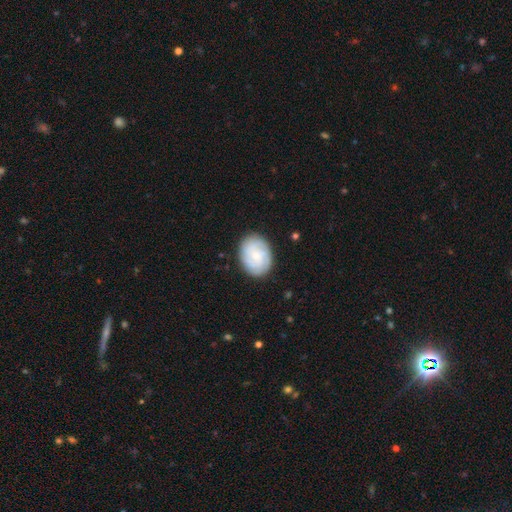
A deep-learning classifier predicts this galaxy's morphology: type=featured or disk (55%); edge-on=no (97%); bar=no (75%); spiral arms=yes (87%); bulge=small (63%); merging=none (83%).